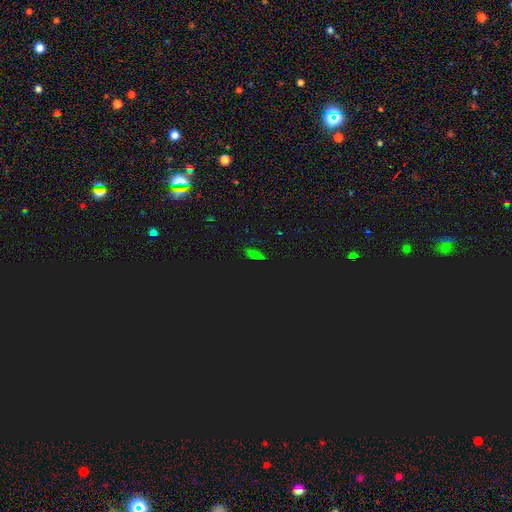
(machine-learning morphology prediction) This appears to be a star or artifact, not a galaxy (59%).